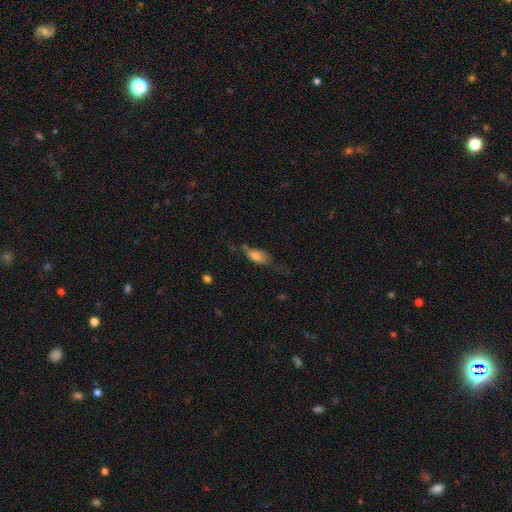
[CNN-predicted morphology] Smooth or featured? Predicted: smooth (p=0.66). How rounded? Predicted: in between (p=0.78). Merging? Predicted: none (p=0.36).